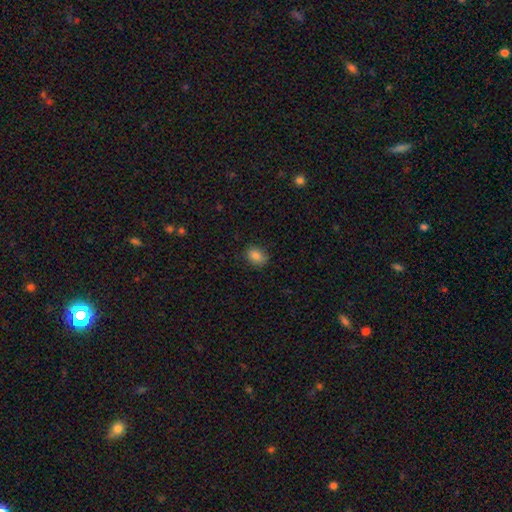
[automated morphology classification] This appears to be a smooth galaxy with no disk features (84%) that is in between round and cigar-shaped (63%). Merging: none (81%).